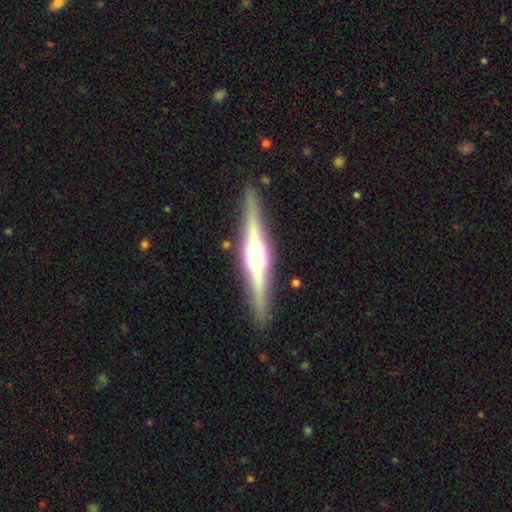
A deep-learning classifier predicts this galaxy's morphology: This is likely a featured or disk galaxy (78%). It is clearly viewed edge-on (98%). Edge-on bulge: clearly rounded (87%). Merging: clearly none (90%).